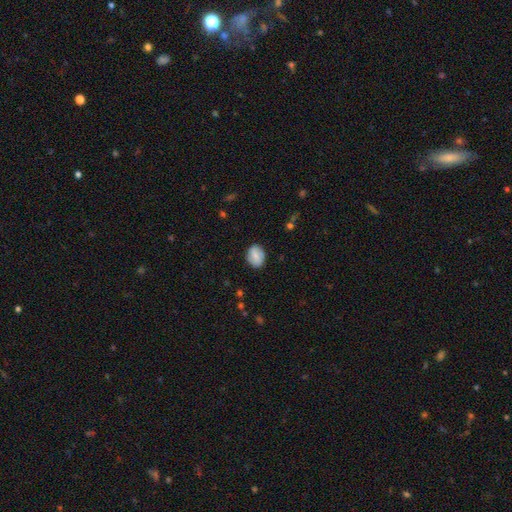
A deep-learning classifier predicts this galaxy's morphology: Smooth or featured: smooth — 64% (featured or disk — 28%)
How rounded: in between — 56% (round — 42%)
Merging: none — 82% (minor disturbance — 13%)